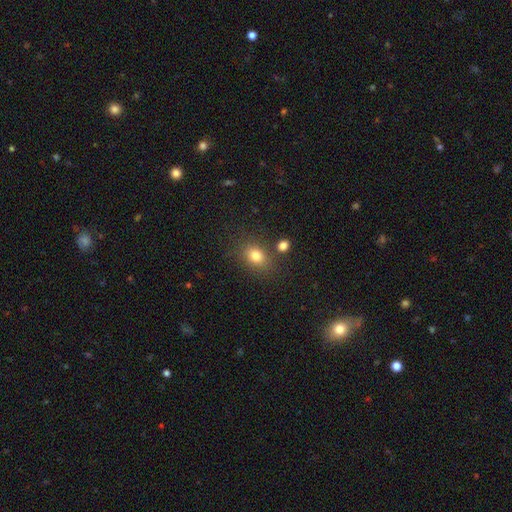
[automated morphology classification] smooth_or_featured: smooth (p=0.80) [alt: star or artifact p=0.12]
how_rounded: in between (p=0.61) [alt: round p=0.37]
merging: none (p=0.75) [alt: minor disturbance p=0.12]